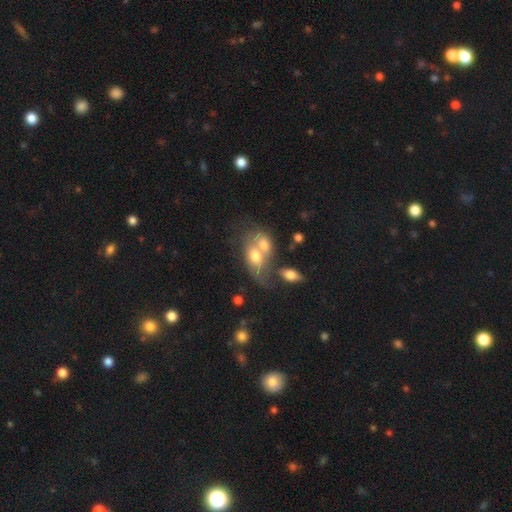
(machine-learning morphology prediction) This is possibly a smooth galaxy (59%). How rounded: clearly in between (82%). Merging: likely merger (67%).